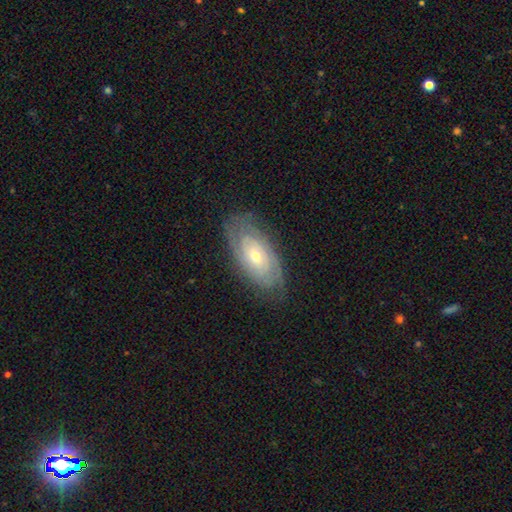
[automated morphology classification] This appears to be a featured or disk galaxy (71%) with no bar (75%), tight (74%) spiral arms (81%) and a small central bulge (54%). Merging: none (77%).